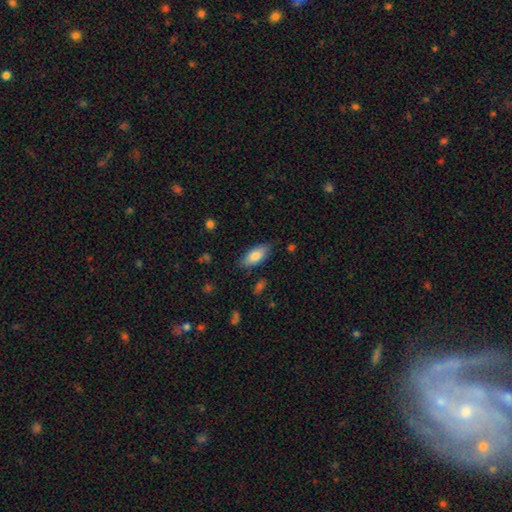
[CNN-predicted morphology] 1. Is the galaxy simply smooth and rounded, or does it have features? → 81% smooth, 13% featured or disk, 6% star or artifact.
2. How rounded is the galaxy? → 88% in between, 10% cigar-shaped, 2% round.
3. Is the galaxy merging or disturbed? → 82% none, 14% minor disturbance, 3% major disturbance, 2% merger.